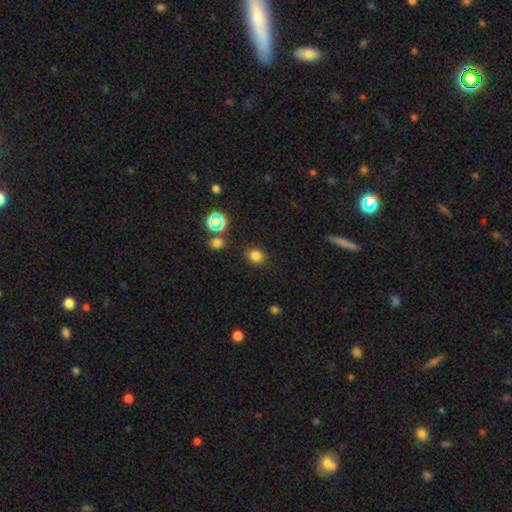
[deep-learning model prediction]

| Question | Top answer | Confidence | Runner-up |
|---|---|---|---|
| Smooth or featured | smooth | 78% | star or artifact (17%) |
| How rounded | round | 66% | in between (33%) |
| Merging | none | 83% | minor disturbance (10%) |